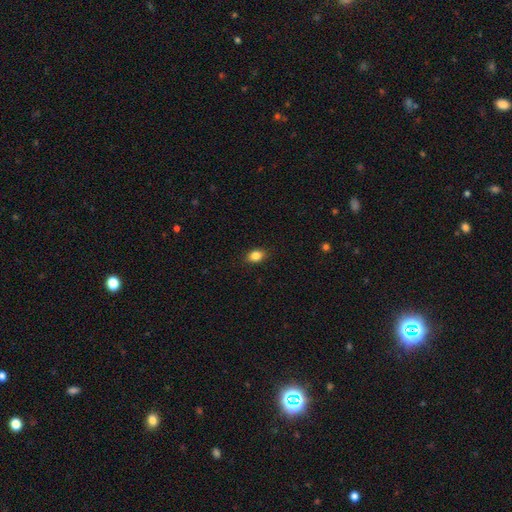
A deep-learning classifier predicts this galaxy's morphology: Smooth or featured?
  - smooth: 85% *
  - star or artifact: 9%
  - featured or disk: 5%
How rounded?
  - in between: 76% *
  - round: 23%
  - cigar-shaped: 1%
Merging?
  - none: 88% *
  - minor disturbance: 9%
  - major disturbance: 2%
  - merger: 1%